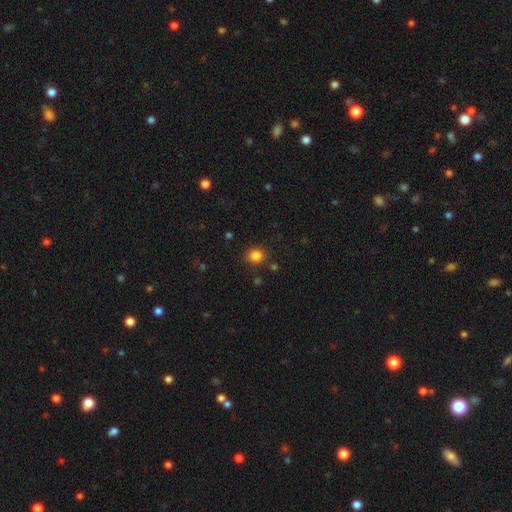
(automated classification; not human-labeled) smooth_or_featured: smooth (p=0.84) [alt: star or artifact p=0.12]
how_rounded: round (p=0.84) [alt: in between p=0.15]
merging: none (p=0.86) [alt: minor disturbance p=0.08]